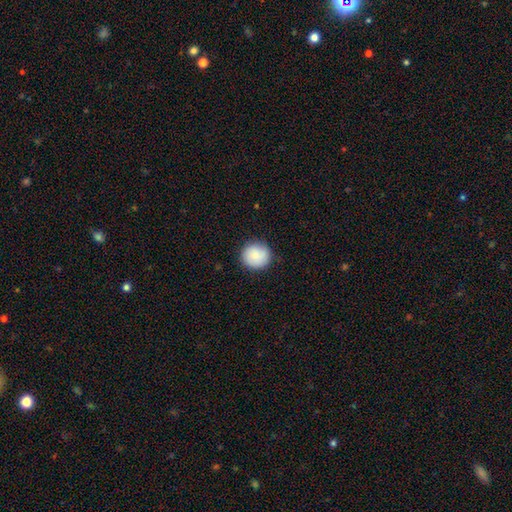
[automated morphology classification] The model was most divided on "merging": none: 88%, minor disturbance: 9%, major disturbance: 2%, merger: 1%. More confident: how rounded — round (92%); smooth or featured — smooth (87%).